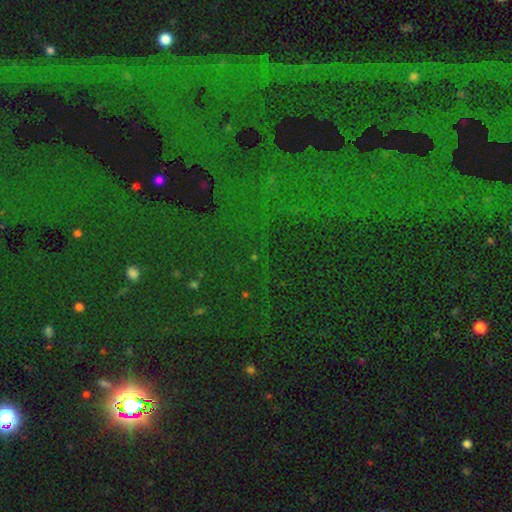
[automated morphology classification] Smooth or featured? Predicted: star or artifact (p=0.85).